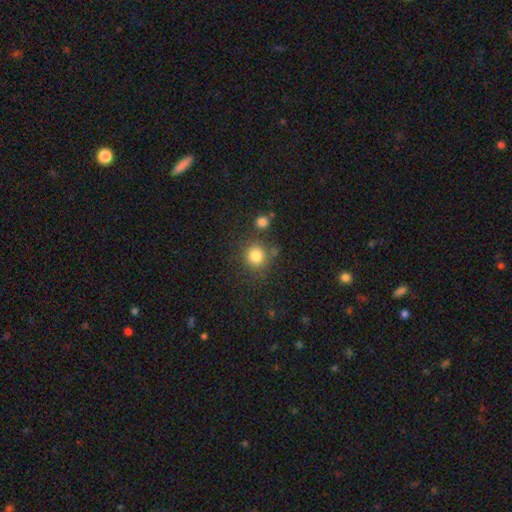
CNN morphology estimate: Overall: smooth (82%). How rounded: round (91%). Merging: none (77%).